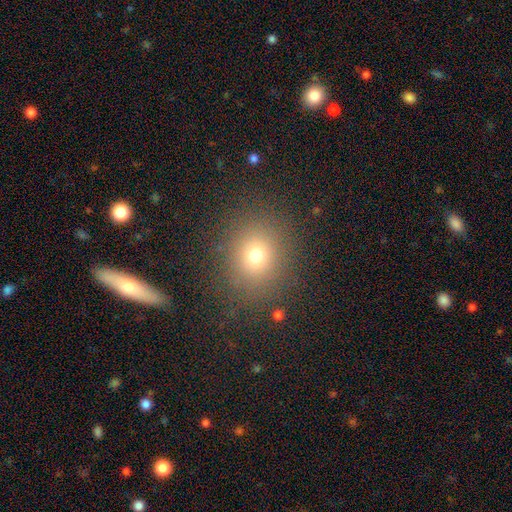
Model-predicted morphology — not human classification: The model was most divided on "how rounded": round: 74%, in between: 25%, cigar-shaped: 1%. More confident: merging — none (84%); smooth or featured — smooth (71%).